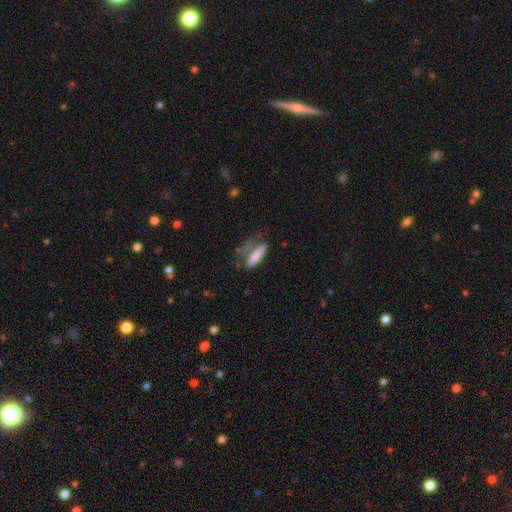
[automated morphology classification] Smooth or featured? Predicted: smooth (p=0.79). How rounded? Predicted: cigar-shaped (p=0.59). Merging? Predicted: none (p=0.47).